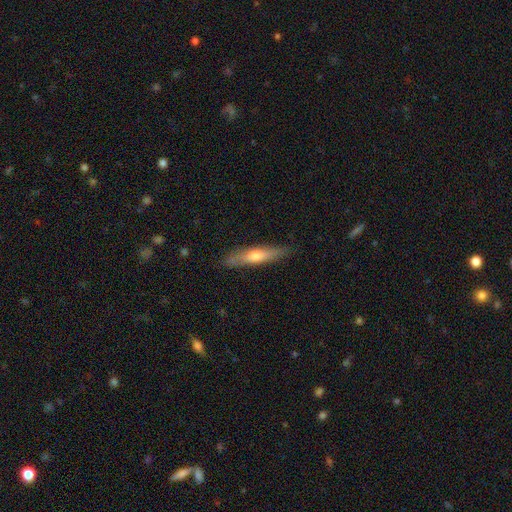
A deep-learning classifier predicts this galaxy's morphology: smooth_or_featured: smooth (p=0.49) [alt: featured or disk p=0.45]
merging: none (p=0.86) [alt: minor disturbance p=0.11]